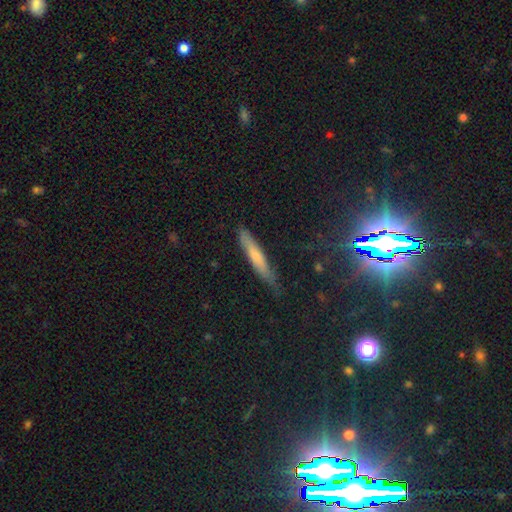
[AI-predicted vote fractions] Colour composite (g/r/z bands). It shows a smooth galaxy with no disk features (58%) that is cigar-shaped (92%). Merging: none (78%).